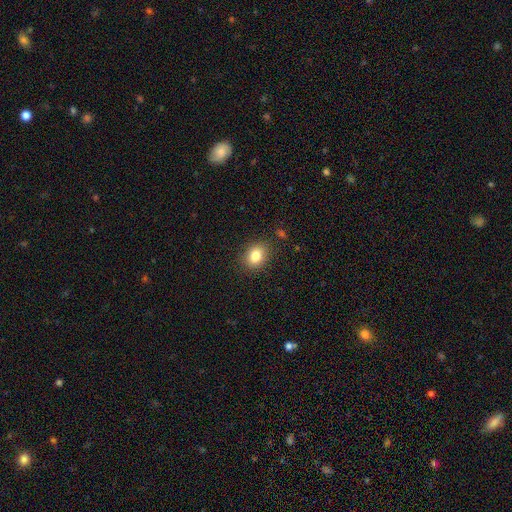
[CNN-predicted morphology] type=smooth (83%); roundness=in between (58%); merging=none (85%).